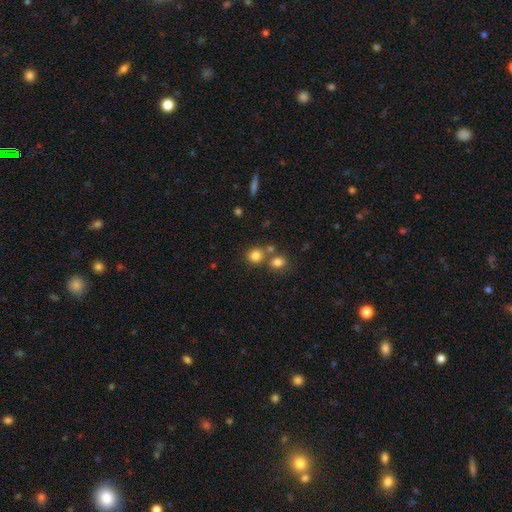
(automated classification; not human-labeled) Smooth or featured: smooth — 81% (star or artifact — 12%)
How rounded: round — 80% (in between — 19%)
Merging: none — 59% (merger — 29%)